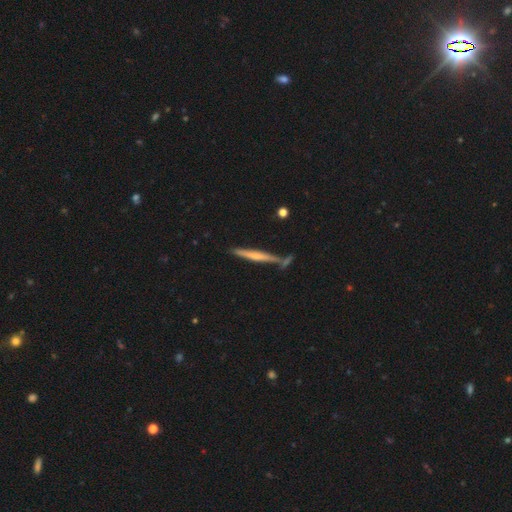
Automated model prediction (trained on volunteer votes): featured or disk 50%, smooth 44%, star or artifact 6%. Down the decision tree: edge-on disk — yes (96%); merging — none (71%).